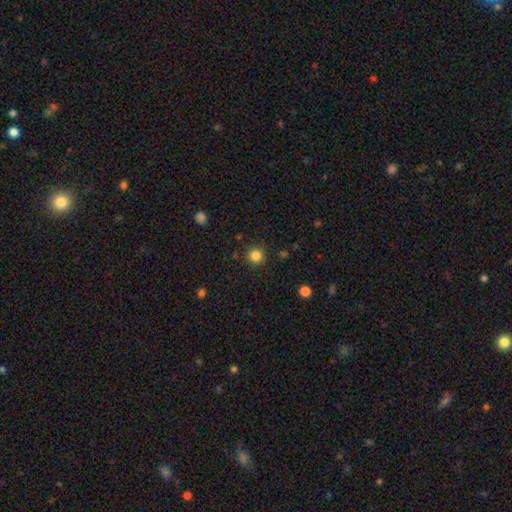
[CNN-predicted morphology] This appears to be a smooth galaxy with no disk features (83%) that is round (93%). Merging: none (88%).